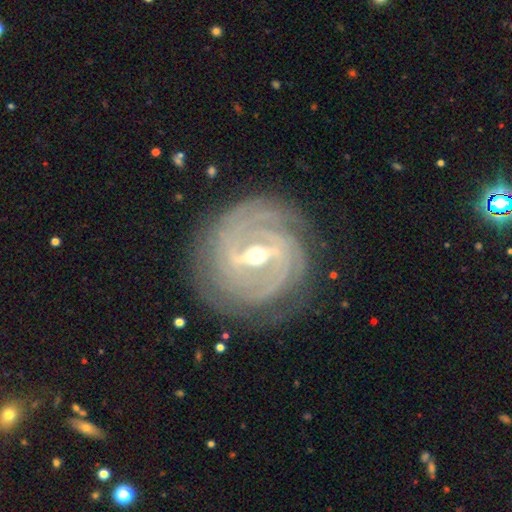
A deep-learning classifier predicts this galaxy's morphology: A featured or disk galaxy (92%) with a strong bar (63%), tight (82%) spiral arms (97%) and a moderate central bulge (62%). Merging: none (81%).